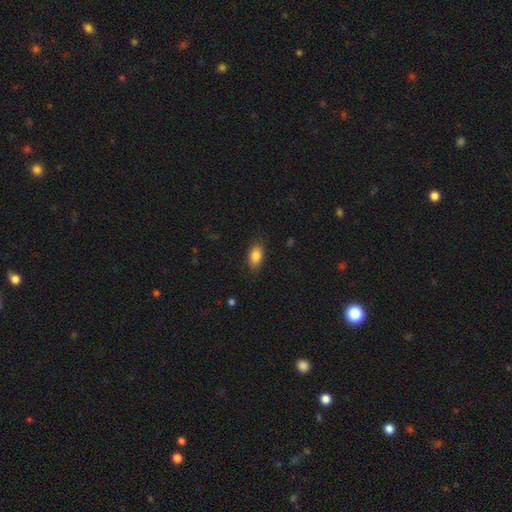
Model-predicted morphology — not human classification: Overall: smooth (84%). How rounded: in between (89%). Merging: none (83%).